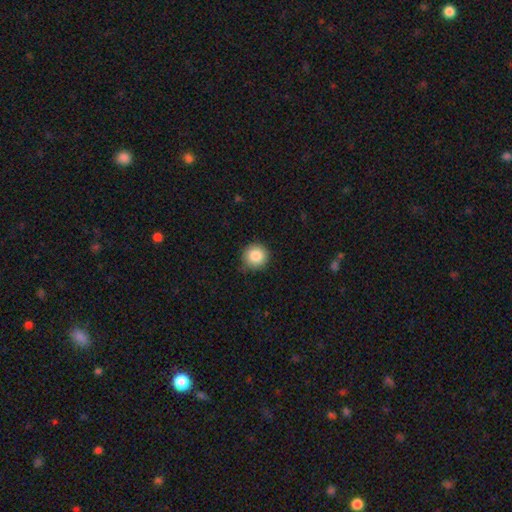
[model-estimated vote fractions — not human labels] smooth 87%, star or artifact 9%, featured or disk 5%. Down the decision tree: how rounded — round (95%); merging — none (83%).